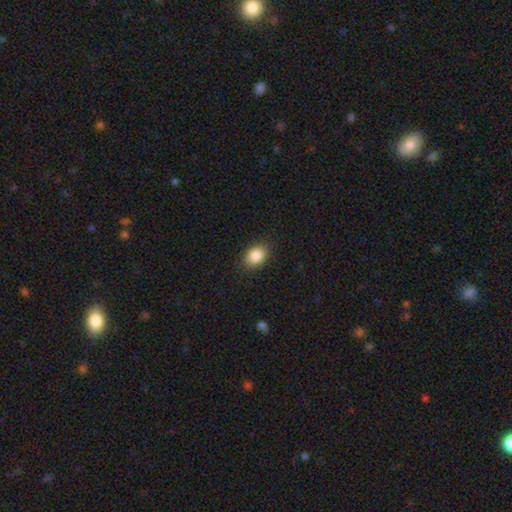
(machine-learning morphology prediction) type=smooth (87%); roundness=in between (79%); merging=none (87%).